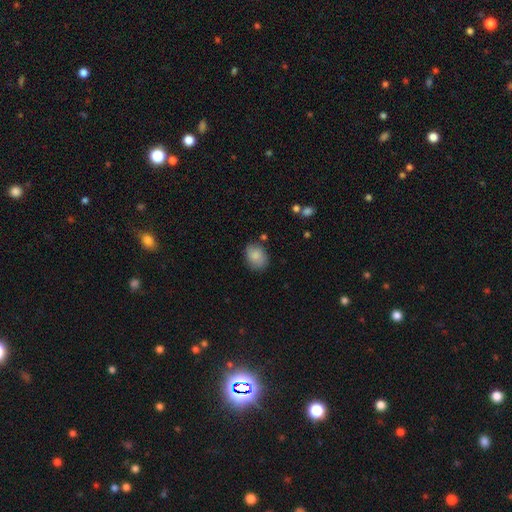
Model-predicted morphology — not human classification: smooth-or-featured: smooth: 85% | featured or disk: 8% | star or artifact: 7%
  how-rounded: in between: 63% | round: 36% | cigar-shaped: 1%
  merging: none: 75% | minor disturbance: 18% | major disturbance: 4% | merger: 3%